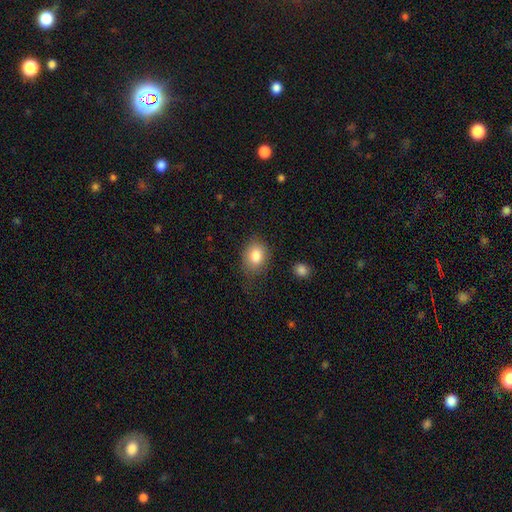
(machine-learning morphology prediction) A smooth galaxy with no disk features (83%) that is in between round and cigar-shaped (58%). Merging: none (70%).